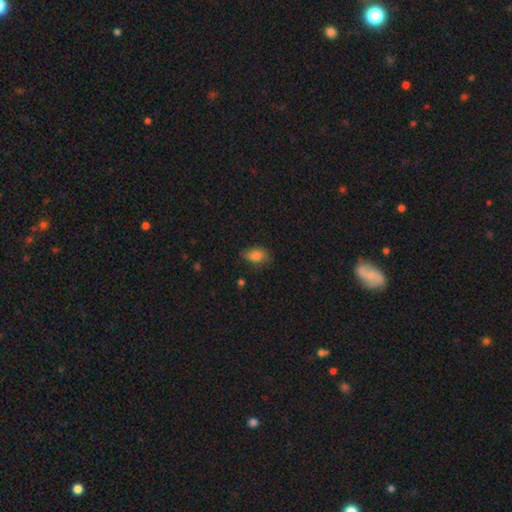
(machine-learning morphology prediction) This appears to be a smooth galaxy with no disk features (84%) that is in between round and cigar-shaped (87%). Merging: none (69%).